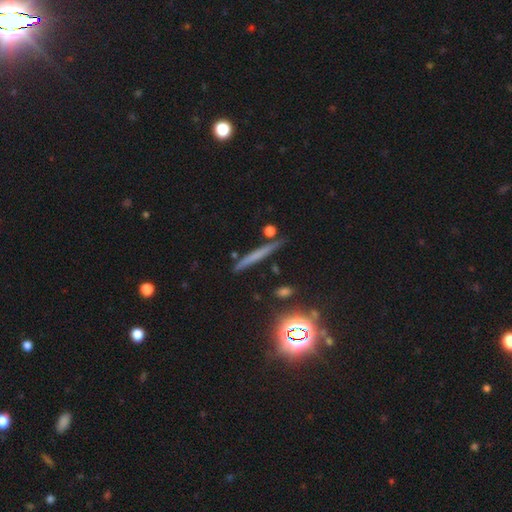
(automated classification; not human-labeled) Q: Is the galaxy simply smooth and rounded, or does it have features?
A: smooth — 45%.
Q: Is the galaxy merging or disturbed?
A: none — 86%.